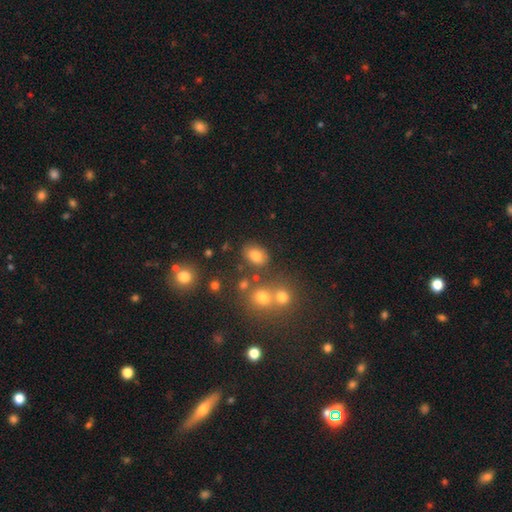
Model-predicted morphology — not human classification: smooth 78%, star or artifact 13%, featured or disk 8%. Down the decision tree: how rounded — in between (75%); merging — none (75%).